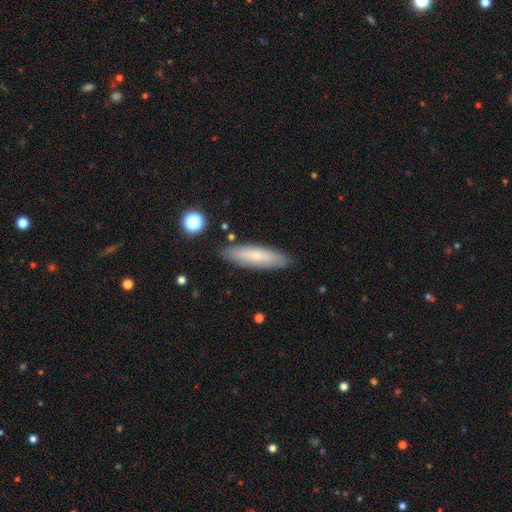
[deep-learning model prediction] Q: Smooth or featured?
A: smooth (63%); runner-up: featured or disk (29%)
Q: How rounded?
A: cigar-shaped (67%); runner-up: in between (31%)
Q: Merging?
A: none (85%); runner-up: minor disturbance (11%)